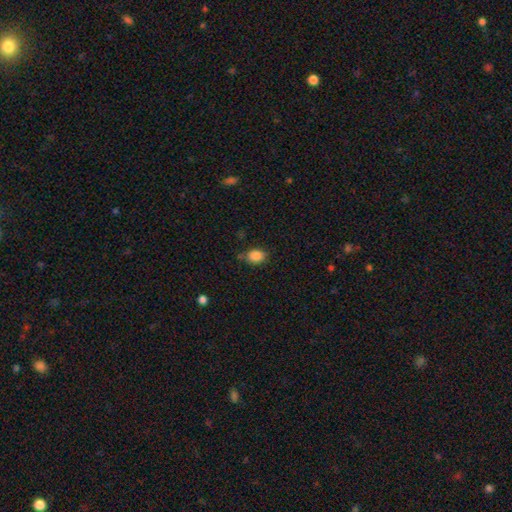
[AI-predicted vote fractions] The model was most divided on "how rounded": in between: 63%, round: 36%, cigar-shaped: 1%. More confident: smooth or featured — smooth (87%); merging — none (73%).